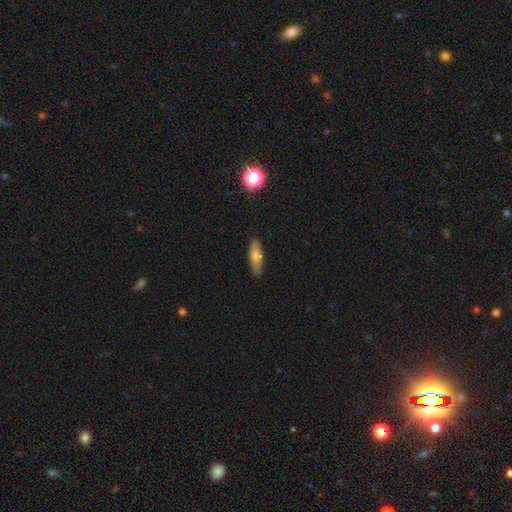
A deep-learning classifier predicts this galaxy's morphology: type=smooth (72%); roundness=cigar-shaped (50%); merging=none (85%).